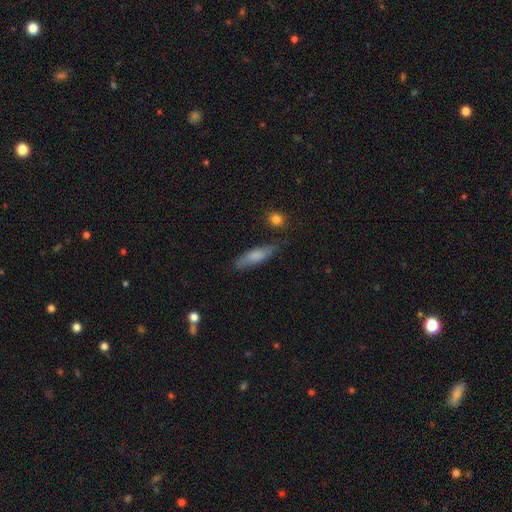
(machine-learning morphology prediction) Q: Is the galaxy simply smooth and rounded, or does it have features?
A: smooth — 74%.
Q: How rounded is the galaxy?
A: cigar-shaped — 61%.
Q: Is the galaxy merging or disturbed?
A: none — 77%.